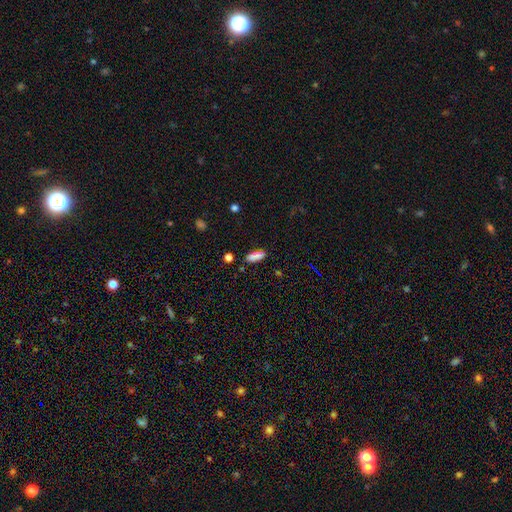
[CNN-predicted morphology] Smooth or featured? smooth (86%)
How rounded? in between (66%)
Merging? none (82%)